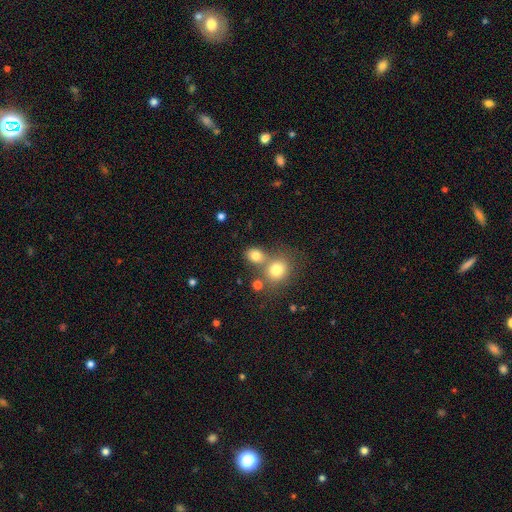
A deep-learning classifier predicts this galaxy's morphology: Smooth or featured: smooth — 77% (star or artifact — 13%)
How rounded: round — 60% (in between — 39%)
Merging: none — 53% (merger — 34%)